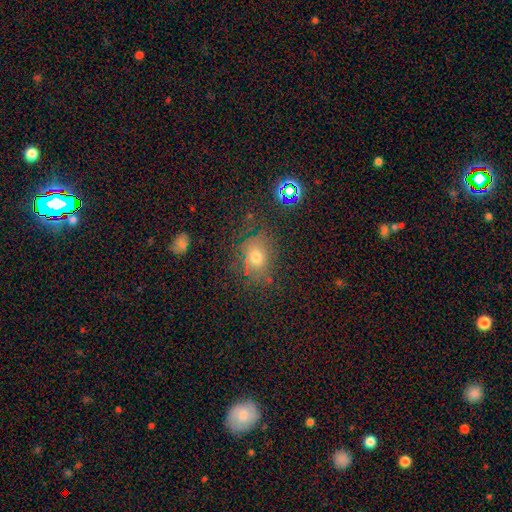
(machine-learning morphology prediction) Smooth or featured?
  - smooth: 59% *
  - star or artifact: 28%
  - featured or disk: 13%
How rounded?
  - round: 56% *
  - in between: 43%
  - cigar-shaped: 2%
Merging?
  - none: 78% *
  - minor disturbance: 14%
  - major disturbance: 5%
  - merger: 3%